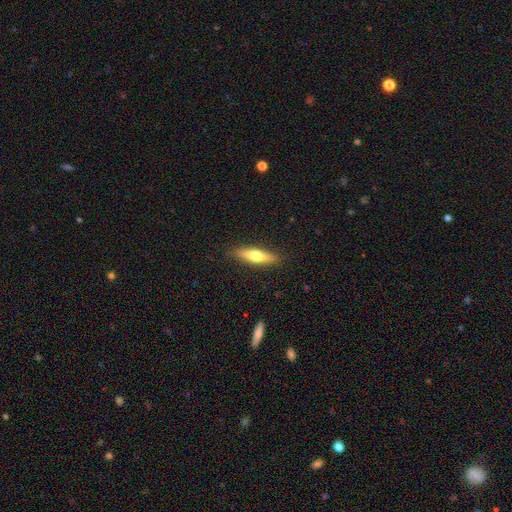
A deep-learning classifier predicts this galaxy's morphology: smooth 53%, featured or disk 41%, star or artifact 6%. Down the decision tree: how rounded — cigar-shaped (72%); merging — none (88%).